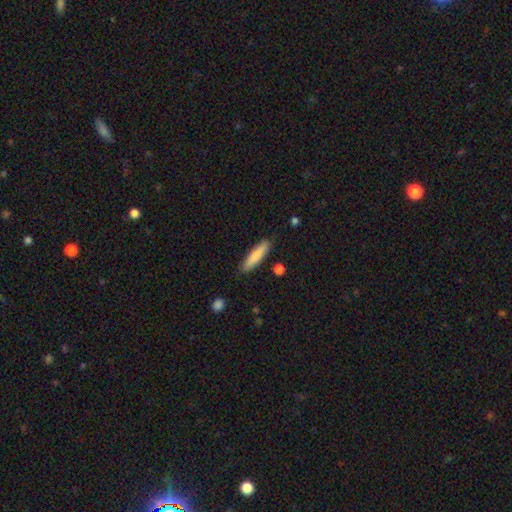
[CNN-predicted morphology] Smooth or featured: smooth — 78% (featured or disk — 16%)
How rounded: cigar-shaped — 78% (in between — 21%)
Merging: none — 84% (minor disturbance — 11%)